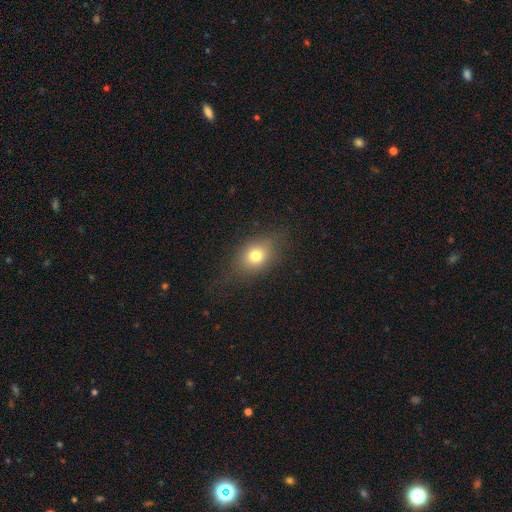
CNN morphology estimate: Q: Smooth or featured?
A: smooth (72%); runner-up: featured or disk (15%)
Q: How rounded?
A: in between (58%); runner-up: round (39%)
Q: Merging?
A: none (74%); runner-up: minor disturbance (16%)